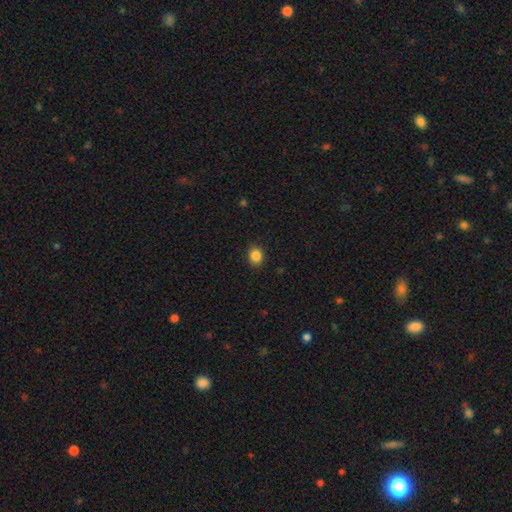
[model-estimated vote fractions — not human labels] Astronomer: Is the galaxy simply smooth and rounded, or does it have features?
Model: smooth — 86%.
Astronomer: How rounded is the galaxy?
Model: round — 65%.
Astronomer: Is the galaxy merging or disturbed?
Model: none — 88%.